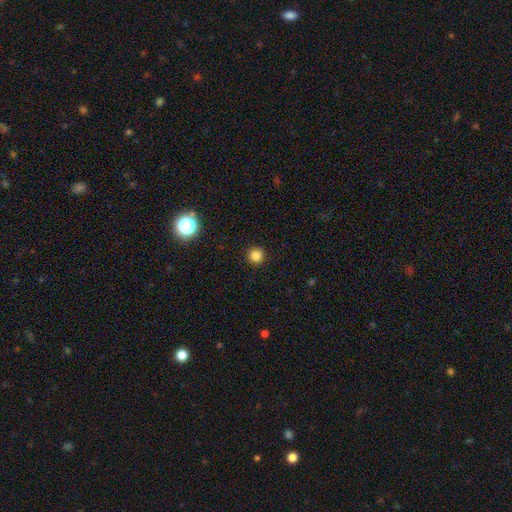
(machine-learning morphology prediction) smooth 82%, star or artifact 14%, featured or disk 5%. Down the decision tree: how rounded — round (95%); merging — none (92%).